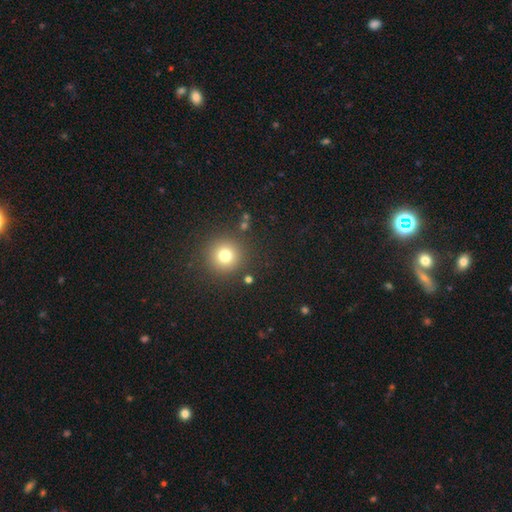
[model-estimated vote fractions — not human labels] The model was most divided on "smooth or featured": smooth: 55%, star or artifact: 39%, featured or disk: 6%. More confident: how rounded — round (94%); merging — none (88%).